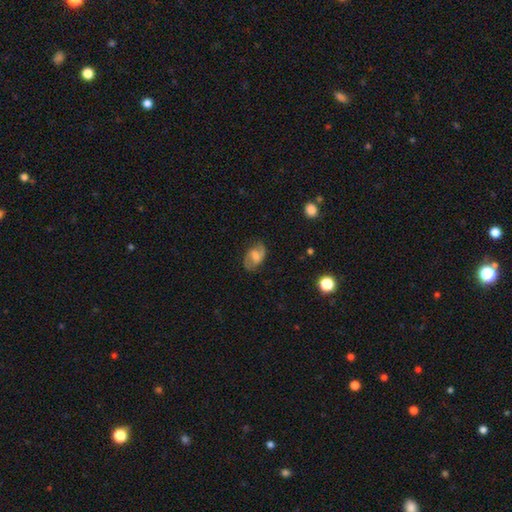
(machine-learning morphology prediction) type=featured or disk (63%); edge-on=no (97%); bar=weak (51%); spiral arms=yes (88%); winding=medium (48%); arm count=2 (87%); bulge=moderate (34%); merging=none (76%).